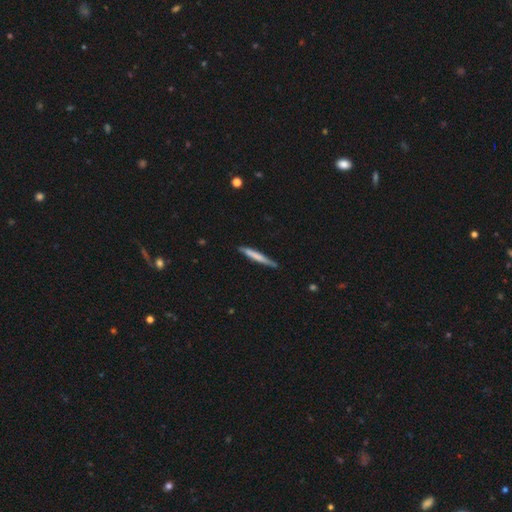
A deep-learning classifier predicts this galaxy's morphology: smooth 63%, featured or disk 32%, star or artifact 5%. Down the decision tree: how rounded — cigar-shaped (96%); merging — none (81%).